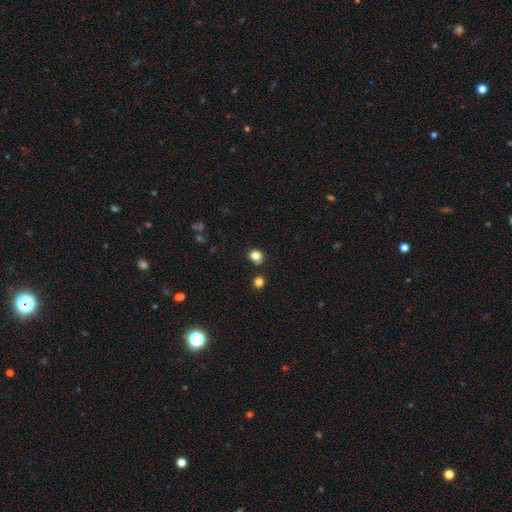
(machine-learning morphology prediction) smooth-or-featured: smooth: 83% | star or artifact: 13% | featured or disk: 5%
  how-rounded: round: 76% | in between: 24% | cigar-shaped: 1%
  merging: none: 76% | minor disturbance: 12% | merger: 8% | major disturbance: 3%